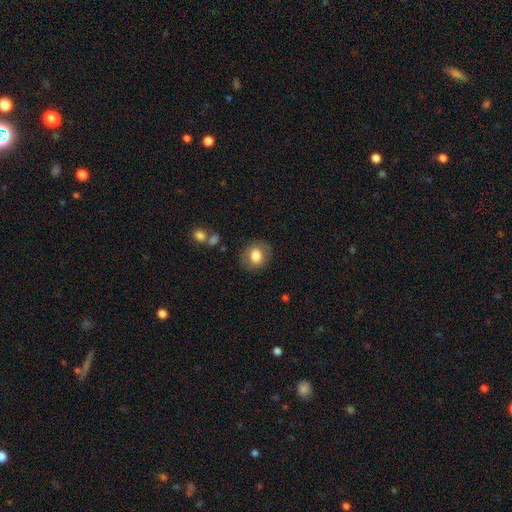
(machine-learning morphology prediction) Smooth or featured? smooth (76%)
How rounded? round (62%)
Merging? none (84%)